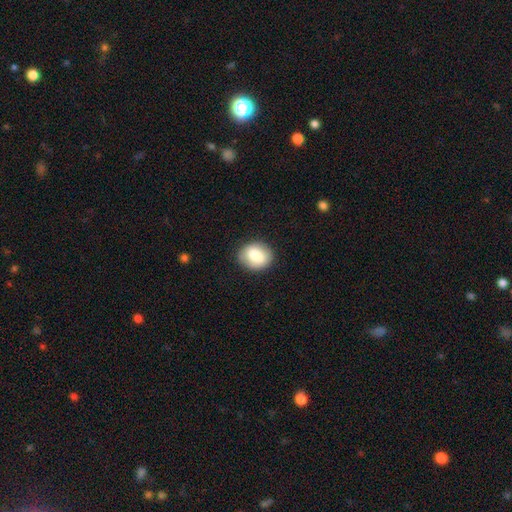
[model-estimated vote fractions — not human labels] Smooth or featured?
  - smooth: 80% *
  - featured or disk: 13%
  - star or artifact: 7%
How rounded?
  - round: 51% *
  - in between: 47%
  - cigar-shaped: 1%
Merging?
  - none: 85% *
  - minor disturbance: 11%
  - major disturbance: 3%
  - merger: 1%